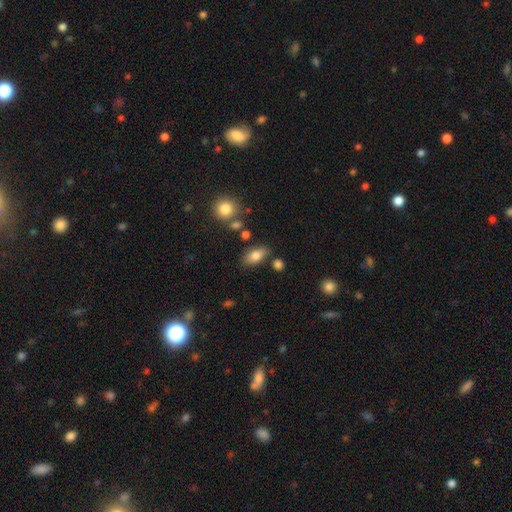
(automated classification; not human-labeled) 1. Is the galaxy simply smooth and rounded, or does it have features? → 79% smooth, 13% featured or disk, 9% star or artifact.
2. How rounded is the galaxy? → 89% in between, 6% round, 5% cigar-shaped.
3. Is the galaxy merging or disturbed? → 77% none, 13% minor disturbance, 6% merger, 4% major disturbance.